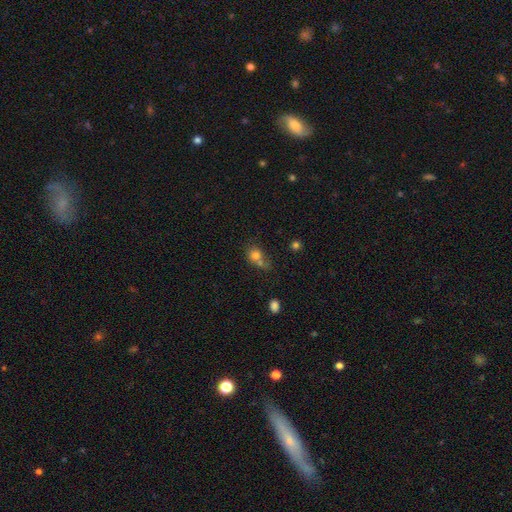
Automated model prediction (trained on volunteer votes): Smooth or featured?
  - smooth: 76% *
  - star or artifact: 13%
  - featured or disk: 11%
How rounded?
  - round: 70% *
  - in between: 29%
  - cigar-shaped: 1%
Merging?
  - none: 40% *
  - merger: 37%
  - minor disturbance: 15%
  - major disturbance: 8%